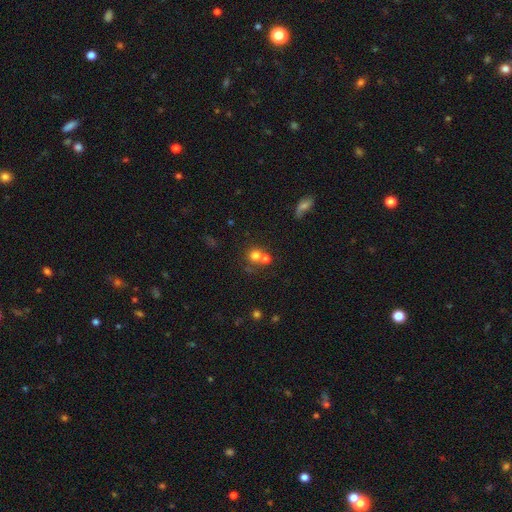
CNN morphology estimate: Smooth or featured?
  - smooth: 72% *
  - star or artifact: 15%
  - featured or disk: 13%
How rounded?
  - round: 87% *
  - in between: 12%
  - cigar-shaped: 1%
Merging?
  - none: 46% *
  - merger: 43%
  - minor disturbance: 7%
  - major disturbance: 4%